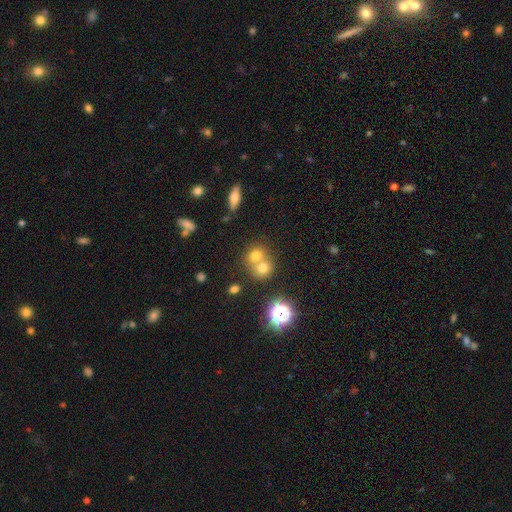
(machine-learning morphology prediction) Overall: smooth (68%). How rounded: round (72%). Merging: merger (57%; none 34%).